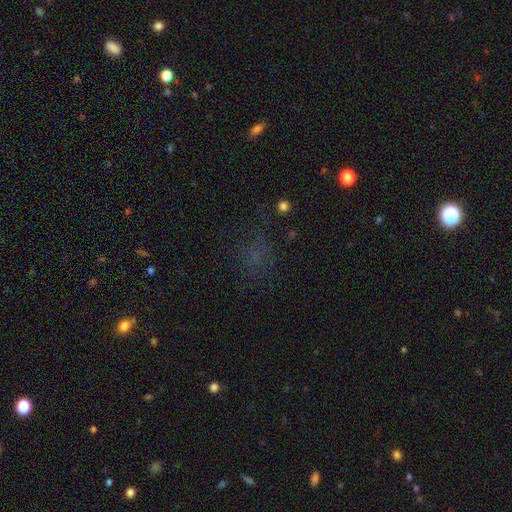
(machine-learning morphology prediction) smooth 46%, star or artifact 40%, featured or disk 13%. Down the decision tree: merging — none (68%).